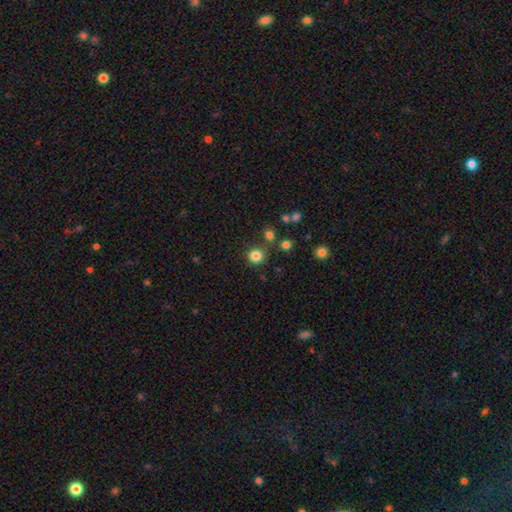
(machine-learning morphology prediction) type=smooth (82%); roundness=round (92%); merging=none (80%).